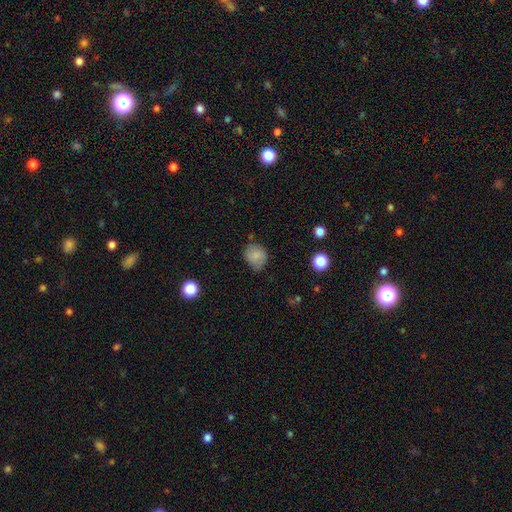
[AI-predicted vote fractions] This appears to be a smooth galaxy with no disk features (81%) that is round (67%). Merging: none (64%).